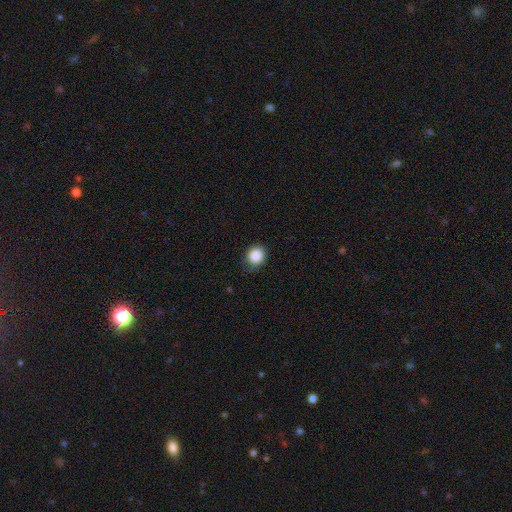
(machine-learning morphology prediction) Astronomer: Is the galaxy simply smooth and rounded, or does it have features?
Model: smooth — 86%.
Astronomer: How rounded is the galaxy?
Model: round — 79%.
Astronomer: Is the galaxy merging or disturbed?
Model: none — 76%.